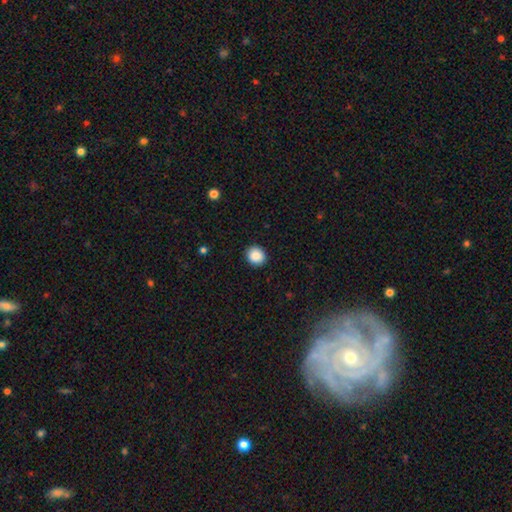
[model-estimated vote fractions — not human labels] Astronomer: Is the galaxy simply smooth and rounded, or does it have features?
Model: smooth — 89%.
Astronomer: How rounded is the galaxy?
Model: round — 85%.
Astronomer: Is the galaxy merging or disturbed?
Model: none — 92%.